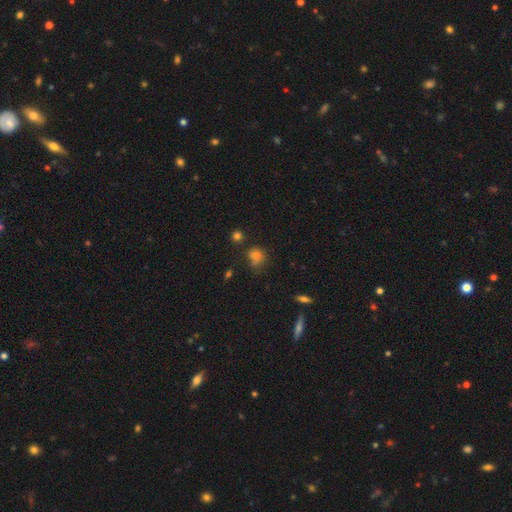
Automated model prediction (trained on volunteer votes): This appears to be a smooth galaxy with no disk features (72%) that is round (75%). Merging: none (58%).